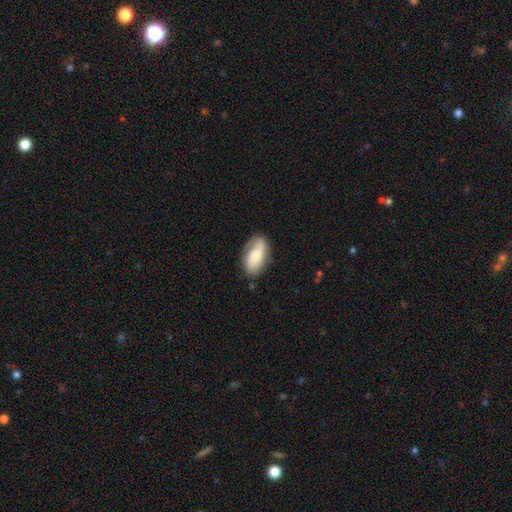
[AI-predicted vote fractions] This appears to be a smooth galaxy with no disk features (50%). Merging: none (69%).